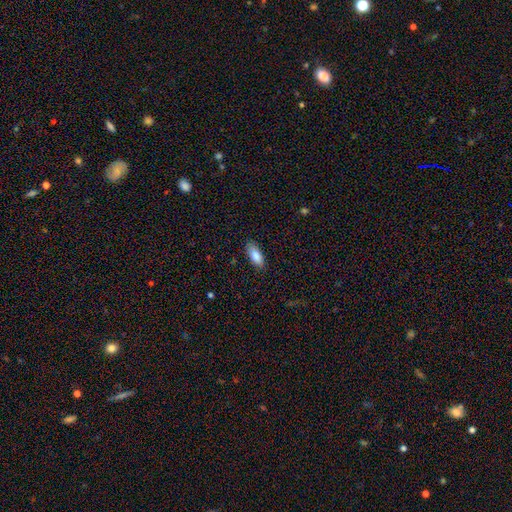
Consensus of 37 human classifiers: Q: Smooth or featured?
A: smooth (86%); runner-up: featured or disk (8%)
Q: How rounded?
A: in between (75%); runner-up: cigar-shaped (25%)
Q: Merging?
A: none (89%); runner-up: minor disturbance (11%)